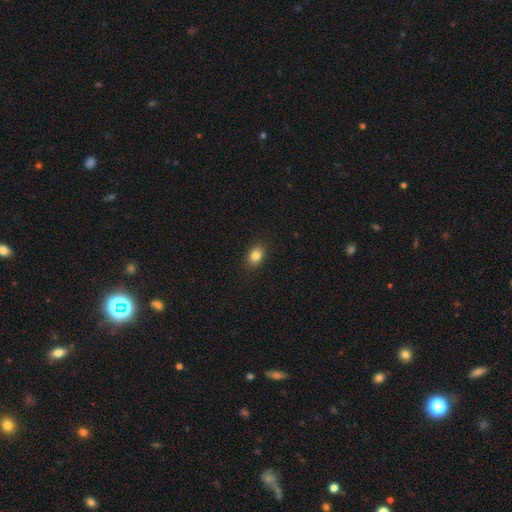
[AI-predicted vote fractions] Morphology: type=smooth (83%); roundness=in between (69%); merging=none (89%).